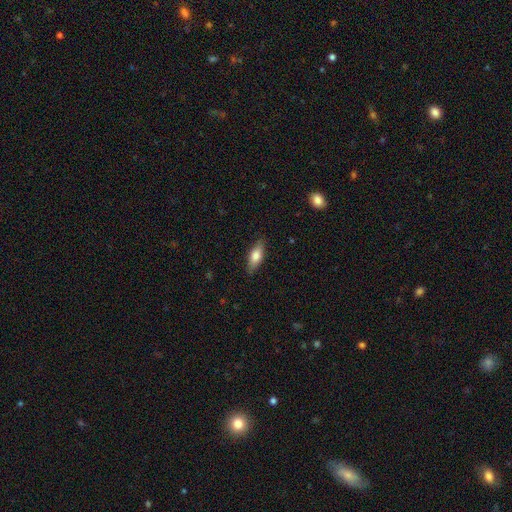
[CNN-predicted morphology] Smooth or featured? smooth (72%)
How rounded? in between (71%)
Merging? none (85%)